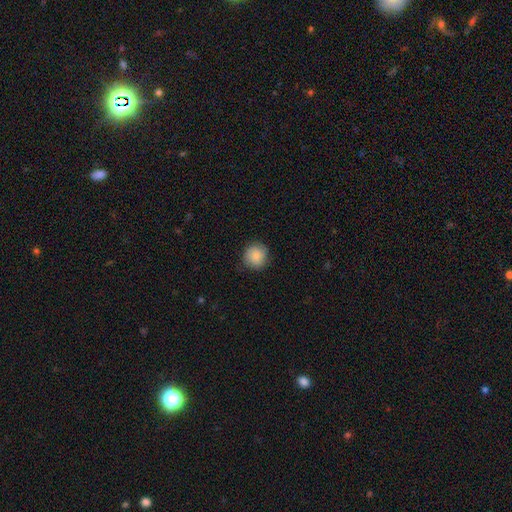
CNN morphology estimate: Smooth or featured: smooth — 80% (featured or disk — 12%)
How rounded: round — 90% (in between — 9%)
Merging: none — 80% (minor disturbance — 15%)